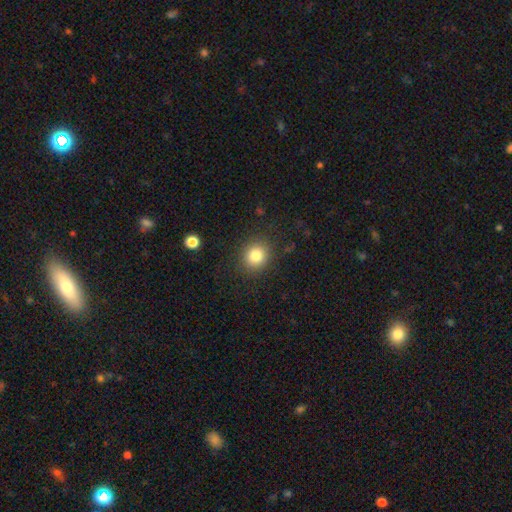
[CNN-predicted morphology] This is clearly a smooth galaxy (82%). How rounded: clearly round (82%). Merging: clearly none (88%).